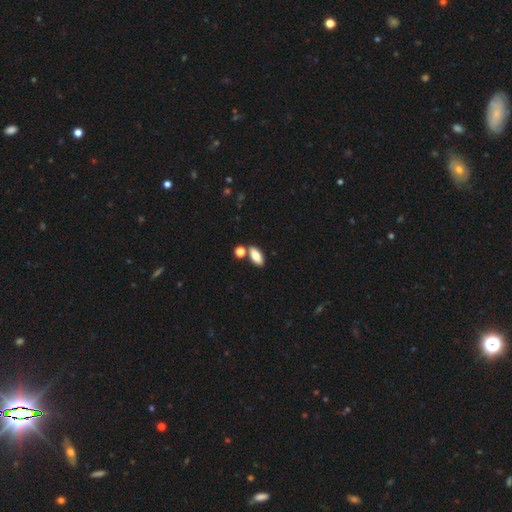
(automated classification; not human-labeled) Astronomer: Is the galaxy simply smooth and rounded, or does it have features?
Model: smooth — 79%.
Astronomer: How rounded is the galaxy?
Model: in between — 85%.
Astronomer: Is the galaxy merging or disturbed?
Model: none — 71%.